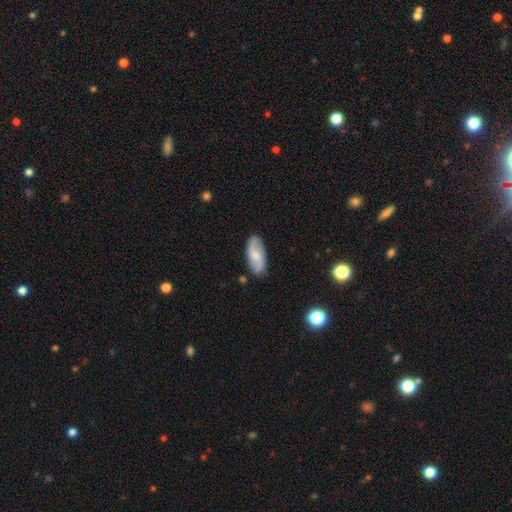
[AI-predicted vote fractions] The model was most divided on "smooth or featured": smooth: 50%, featured or disk: 44%, star or artifact: 6%. More confident: how rounded — in between (87%); merging — none (82%).